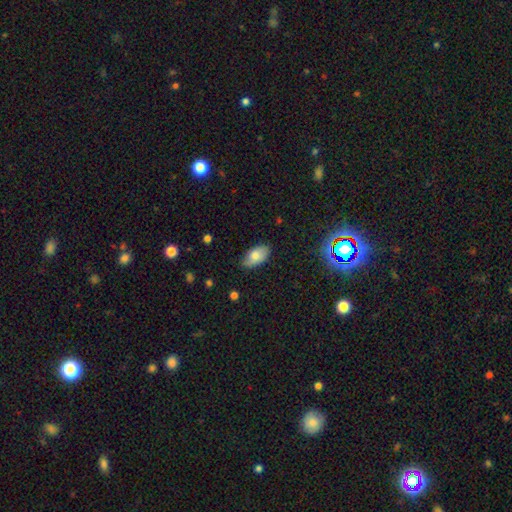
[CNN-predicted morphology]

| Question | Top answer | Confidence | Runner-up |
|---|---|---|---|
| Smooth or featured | smooth | 79% | featured or disk (13%) |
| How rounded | in between | 94% | round (3%) |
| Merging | none | 80% | minor disturbance (17%) |